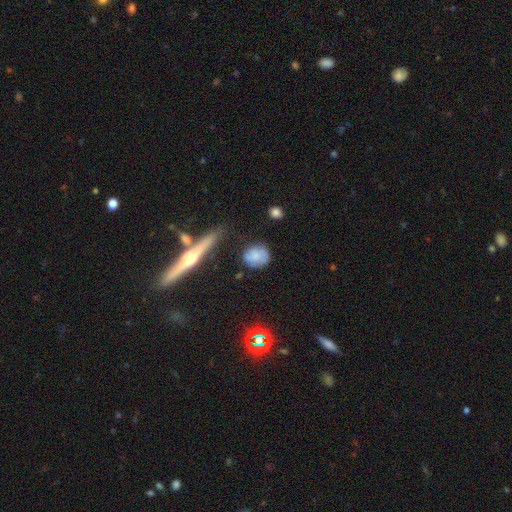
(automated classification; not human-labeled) Q: Smooth or featured?
A: smooth (67%); runner-up: featured or disk (24%)
Q: How rounded?
A: round (72%); runner-up: in between (24%)
Q: Merging?
A: none (62%); runner-up: minor disturbance (23%)